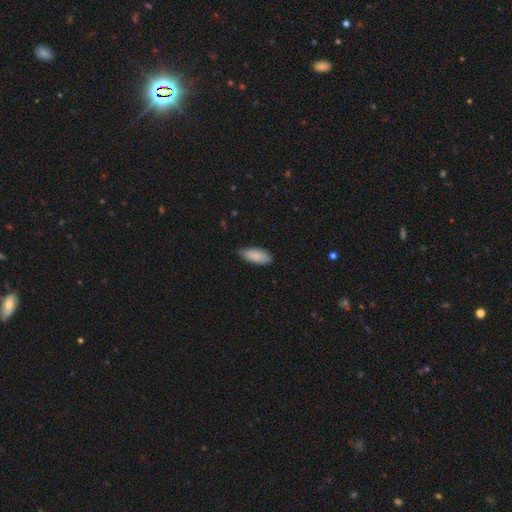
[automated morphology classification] This appears to be a smooth galaxy with no disk features (88%) that is in between round and cigar-shaped (85%). Merging: none (72%).